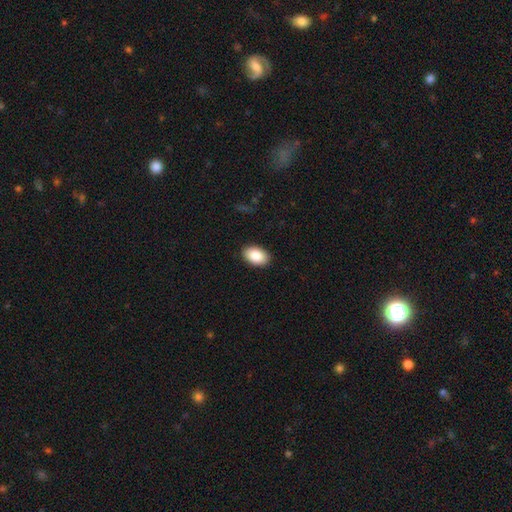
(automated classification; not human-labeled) smooth-or-featured: smooth: 87% | star or artifact: 7% | featured or disk: 6%
  how-rounded: in between: 90% | round: 9% | cigar-shaped: 1%
  merging: none: 90% | minor disturbance: 7% | major disturbance: 2% | merger: 1%